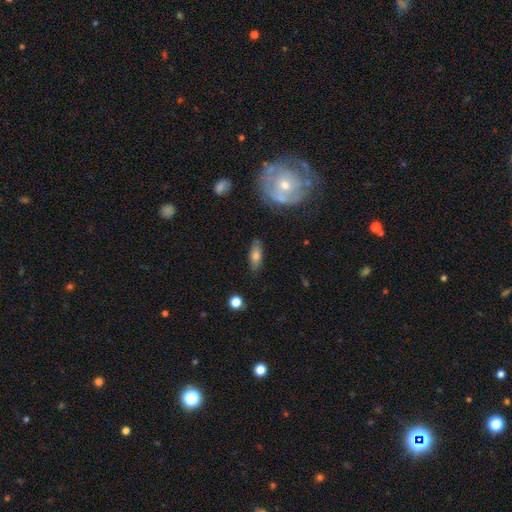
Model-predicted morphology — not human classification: This appears to be a smooth galaxy with no disk features (68%) that is in between round and cigar-shaped (65%). Merging: none (81%).